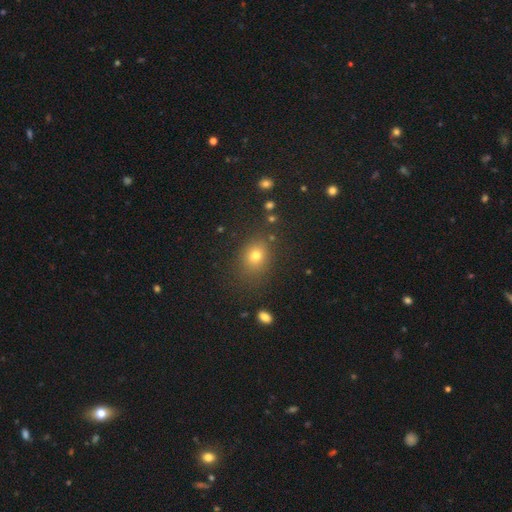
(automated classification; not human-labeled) A smooth galaxy with no disk features (73%) that is round (52%). Merging: none (80%).